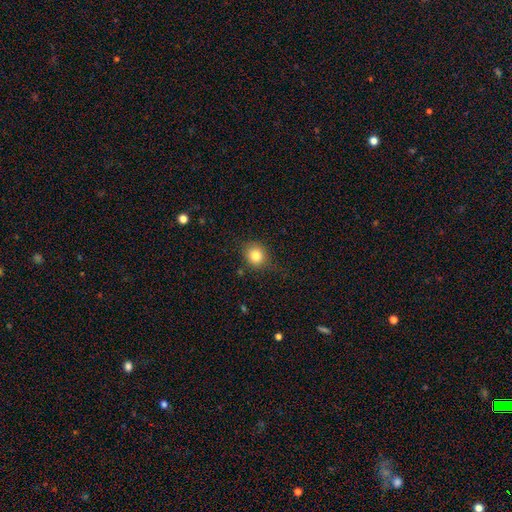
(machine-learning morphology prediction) smooth_or_featured: smooth (p=0.82) [alt: star or artifact p=0.11]
how_rounded: round (p=0.83) [alt: in between p=0.16]
merging: none (p=0.79) [alt: minor disturbance p=0.15]